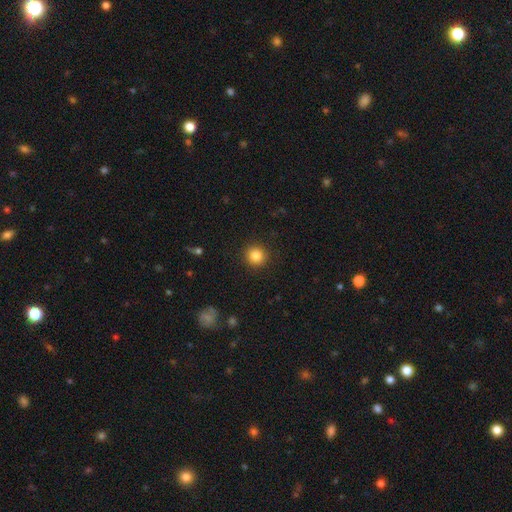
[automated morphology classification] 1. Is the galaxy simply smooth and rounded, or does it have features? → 85% smooth, 10% star or artifact, 5% featured or disk.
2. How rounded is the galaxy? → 93% round, 6% in between, 1% cigar-shaped.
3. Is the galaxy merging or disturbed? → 91% none, 6% minor disturbance, 2% major disturbance, 1% merger.